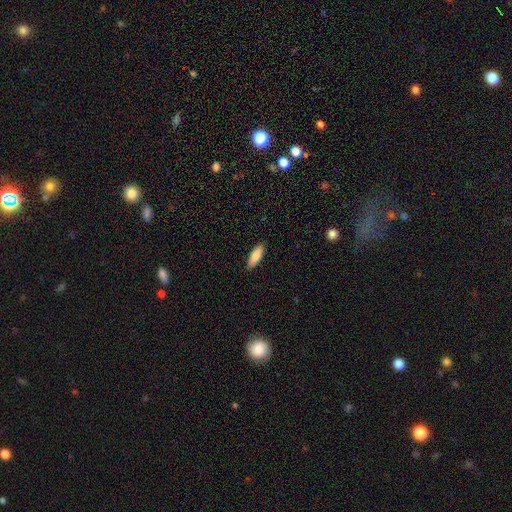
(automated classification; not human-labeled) smooth-or-featured: smooth: 84% | featured or disk: 10% | star or artifact: 6%
  how-rounded: in between: 66% | cigar-shaped: 33% | round: 2%
  merging: none: 89% | minor disturbance: 8% | major disturbance: 2% | merger: 1%